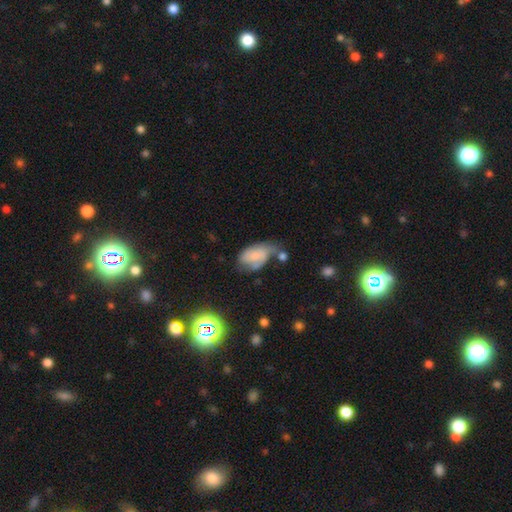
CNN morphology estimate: A smooth galaxy with no disk features (51%) that is in between round and cigar-shaped (90%). Merging: none (30%, tied with minor disturbance).